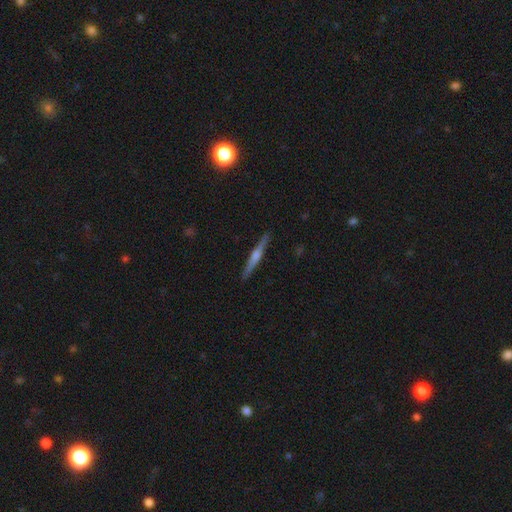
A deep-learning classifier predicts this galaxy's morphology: smooth-or-featured: featured or disk: 66% | smooth: 27% | star or artifact: 6%
  disk-edge-on: yes: 98% | no: 2%
    edge-on-bulge: rounded: 75% | none: 14% | boxy: 12%
  merging: none: 91% | minor disturbance: 6% | major disturbance: 1% | merger: 1%